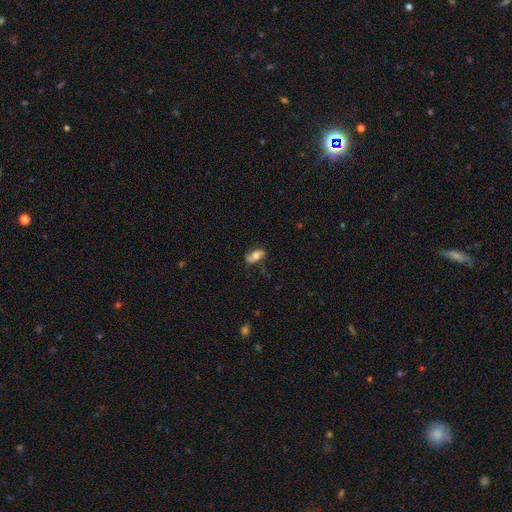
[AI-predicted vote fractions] Smooth or featured?
  - smooth: 59% *
  - featured or disk: 33%
  - star or artifact: 8%
How rounded?
  - in between: 84% *
  - cigar-shaped: 11%
  - round: 5%
Merging?
  - none: 69% *
  - minor disturbance: 23%
  - major disturbance: 6%
  - merger: 2%